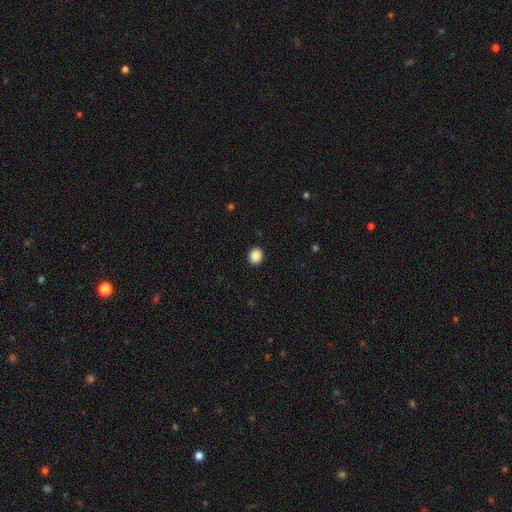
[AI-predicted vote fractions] Overall: smooth (88%). How rounded: round (74%). Merging: none (92%).